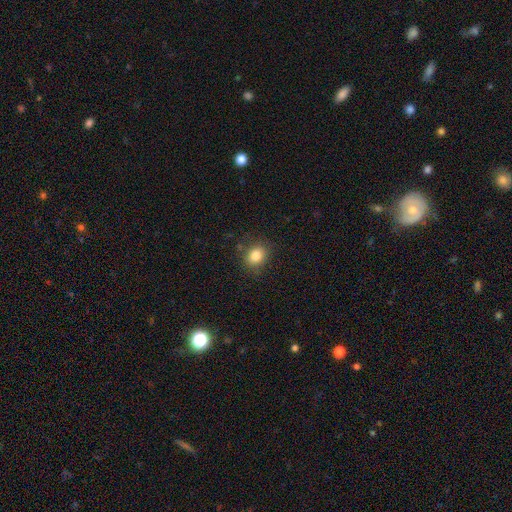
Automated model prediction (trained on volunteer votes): smooth 83%, star or artifact 11%, featured or disk 6%. Down the decision tree: how rounded — round (59%); merging — none (83%).